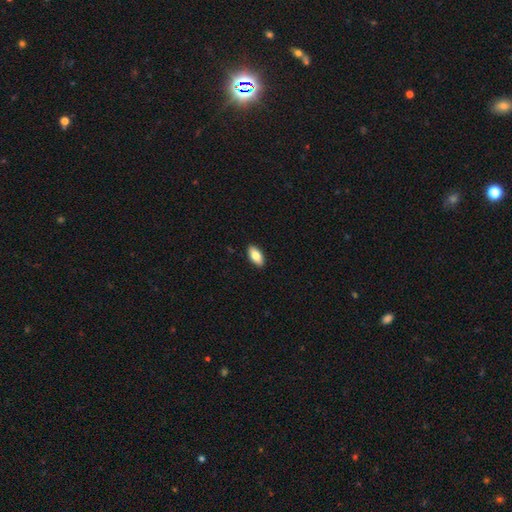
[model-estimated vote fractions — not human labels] Q: Smooth or featured?
A: smooth (82%); runner-up: featured or disk (12%)
Q: How rounded?
A: in between (91%); runner-up: cigar-shaped (7%)
Q: Merging?
A: none (91%); runner-up: minor disturbance (7%)